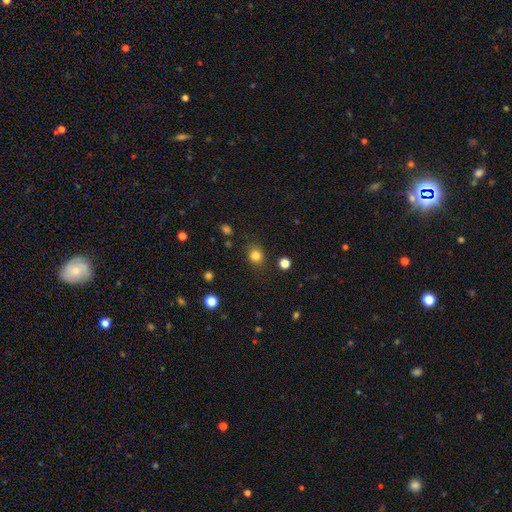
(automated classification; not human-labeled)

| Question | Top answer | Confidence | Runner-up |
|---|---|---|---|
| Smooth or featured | smooth | 82% | star or artifact (13%) |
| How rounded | round | 74% | in between (25%) |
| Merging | none | 82% | minor disturbance (11%) |